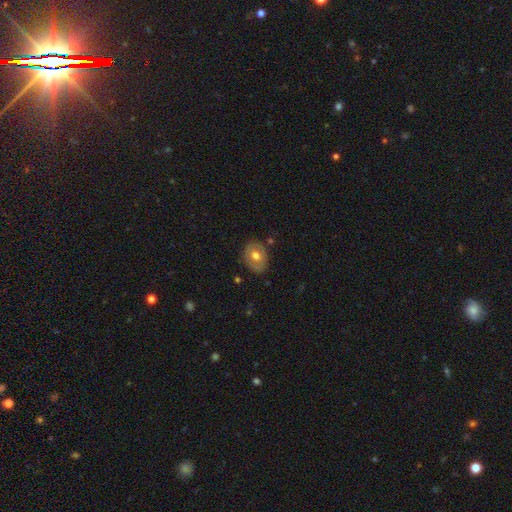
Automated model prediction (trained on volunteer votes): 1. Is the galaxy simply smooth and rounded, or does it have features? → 54% smooth, 39% featured or disk, 7% star or artifact.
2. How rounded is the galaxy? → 52% in between, 47% round, 1% cigar-shaped.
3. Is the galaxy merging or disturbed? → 81% none, 14% minor disturbance, 3% major disturbance, 2% merger.